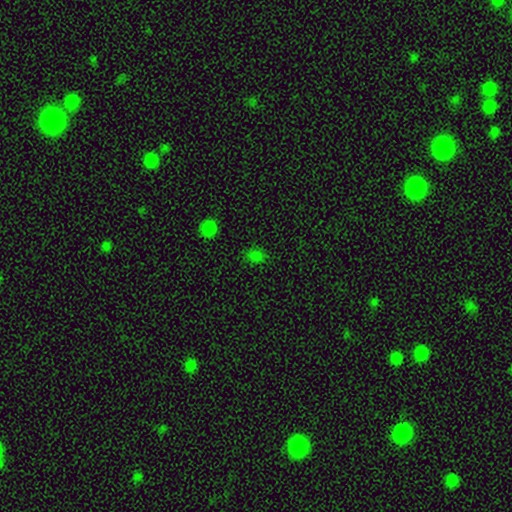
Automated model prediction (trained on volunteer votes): smooth 67%, star or artifact 29%, featured or disk 4%. Down the decision tree: how rounded — in between (50%); merging — none (83%).